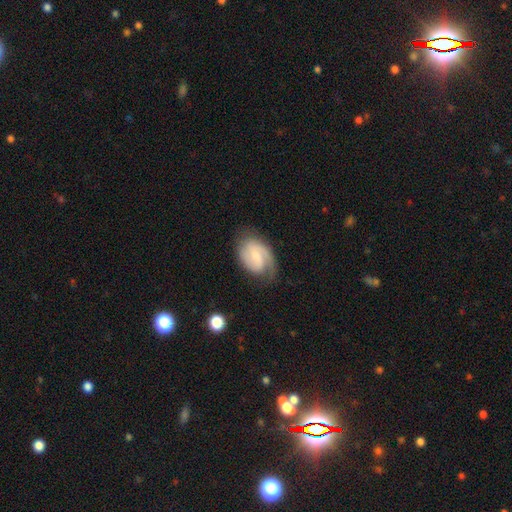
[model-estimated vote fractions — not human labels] This appears to be a featured or disk galaxy (74%) with a weak bar (53%), 2 (57%) medium (43%) spiral arms (93%) and a small central bulge (57%). Merging: none (66%).